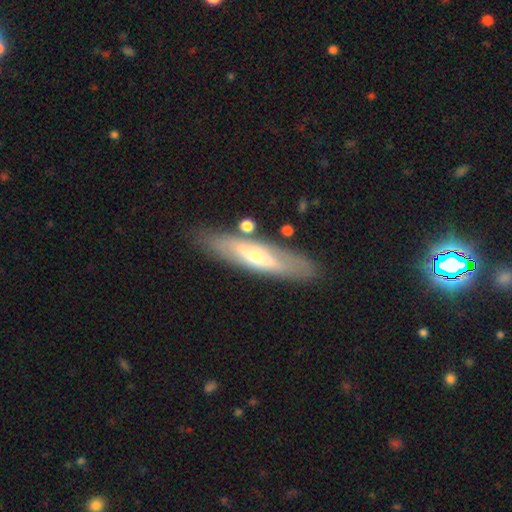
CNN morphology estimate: A featured or disk galaxy (57%) viewed edge-on (60%).

Vote fractions:
- Smooth or featured? featured or disk: 57% / smooth: 35% / star or artifact: 8%
- Edge-on disk? yes: 60% / no: 40%
- Merging? none: 83% / minor disturbance: 11% / merger: 3% / major disturbance: 3%